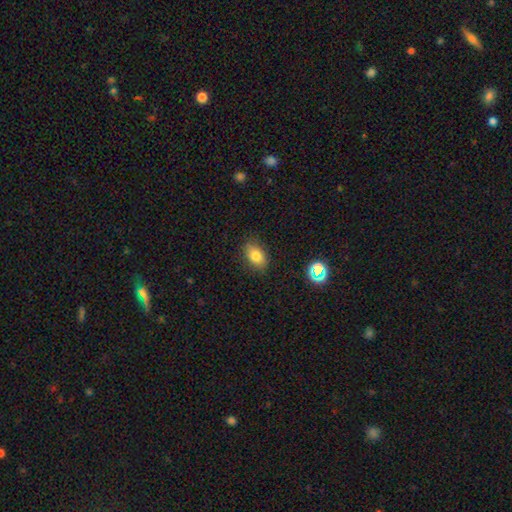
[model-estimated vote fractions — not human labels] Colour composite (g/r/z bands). It shows a smooth galaxy with no disk features (80%) that is in between round and cigar-shaped (84%). Merging: none (84%).